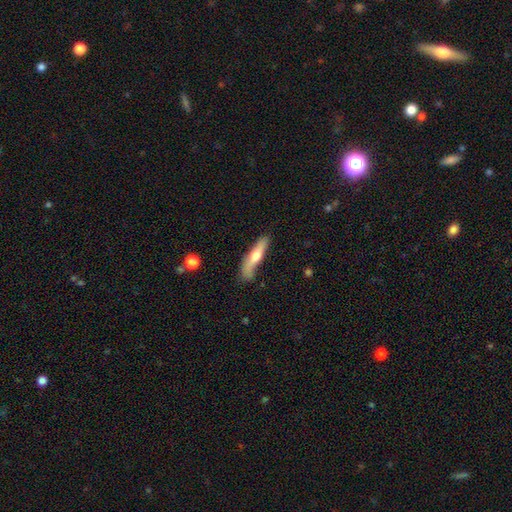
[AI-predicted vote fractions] The model was most divided on "smooth or featured": smooth: 56%, featured or disk: 38%, star or artifact: 6%. More confident: how rounded — cigar-shaped (79%); merging — none (67%).